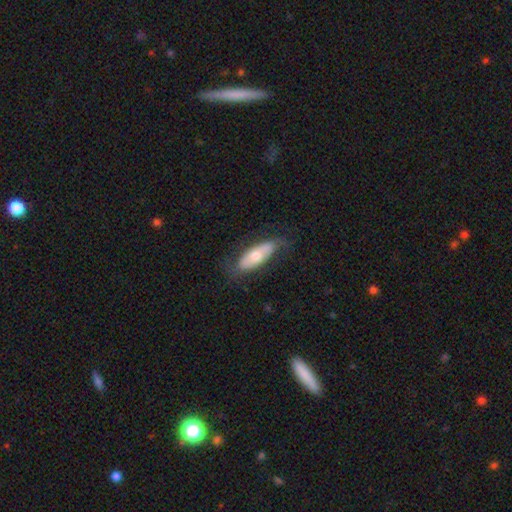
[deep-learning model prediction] The model was most divided on "smooth or featured": smooth: 60%, featured or disk: 34%, star or artifact: 6%. More confident: merging — none (71%); how rounded — in between (70%).